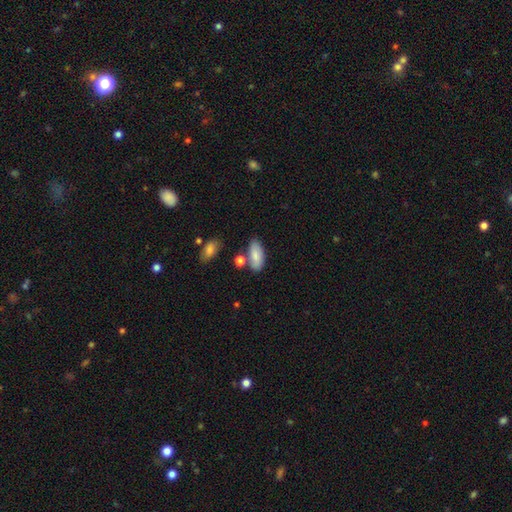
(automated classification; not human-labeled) This is clearly a smooth galaxy (82%). How rounded: clearly in between (90%). Merging: likely none (68%).